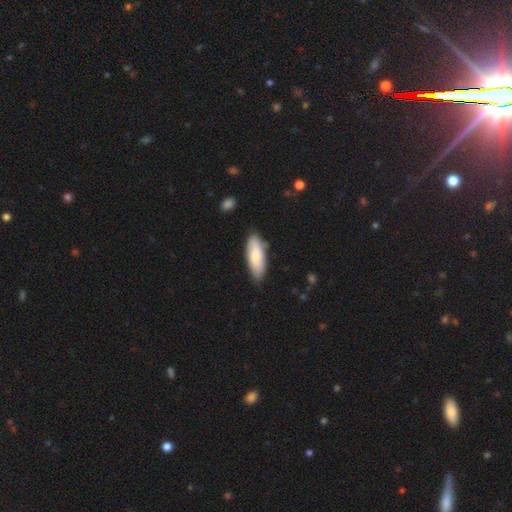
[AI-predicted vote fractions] Q: Smooth or featured?
A: smooth (76%); runner-up: featured or disk (19%)
Q: How rounded?
A: in between (66%); runner-up: cigar-shaped (32%)
Q: Merging?
A: none (79%); runner-up: minor disturbance (16%)